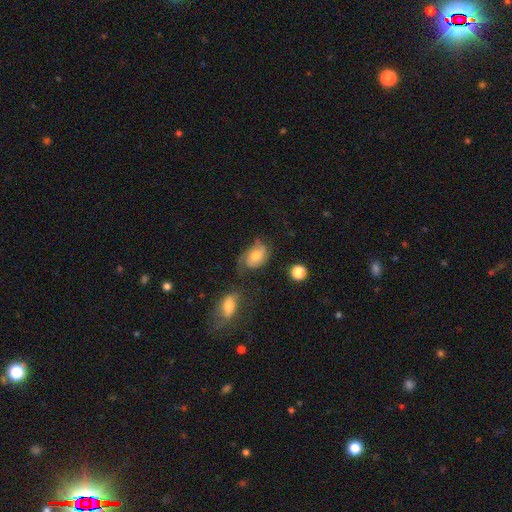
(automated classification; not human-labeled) Smooth or featured? Predicted: featured or disk (p=0.47). Merging? Predicted: none (p=0.41).